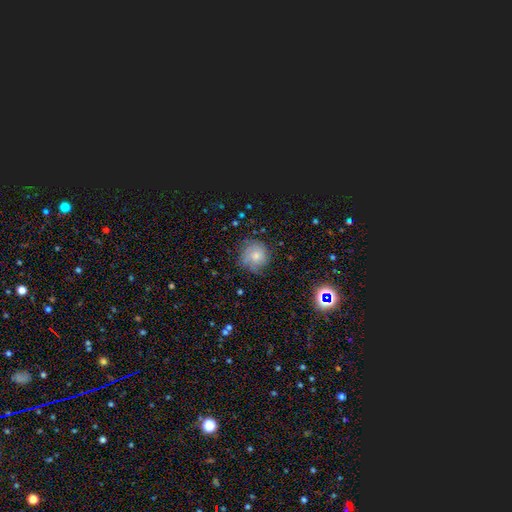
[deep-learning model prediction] Overall: smooth (62%; featured or disk 26%). How rounded: round (86%). Merging: none (66%).